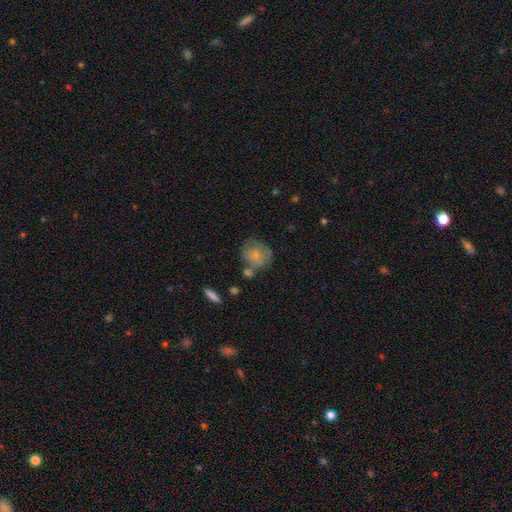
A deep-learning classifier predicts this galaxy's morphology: Smooth or featured? Predicted: smooth (p=0.70). How rounded? Predicted: round (p=0.78). Merging? Predicted: none (p=0.49).